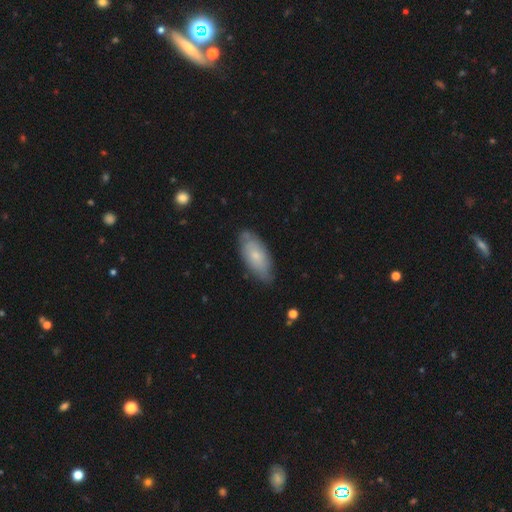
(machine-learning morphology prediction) smooth-or-featured: smooth: 59% | featured or disk: 35% | star or artifact: 6%
  how-rounded: in between: 83% | cigar-shaped: 15% | round: 2%
  merging: none: 74% | minor disturbance: 21% | major disturbance: 4% | merger: 2%